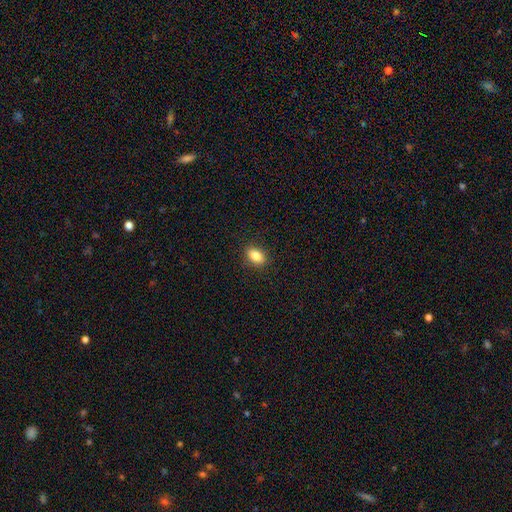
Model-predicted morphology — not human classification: This appears to be a smooth galaxy with no disk features (84%) that is in between round and cigar-shaped (85%). Merging: none (88%).